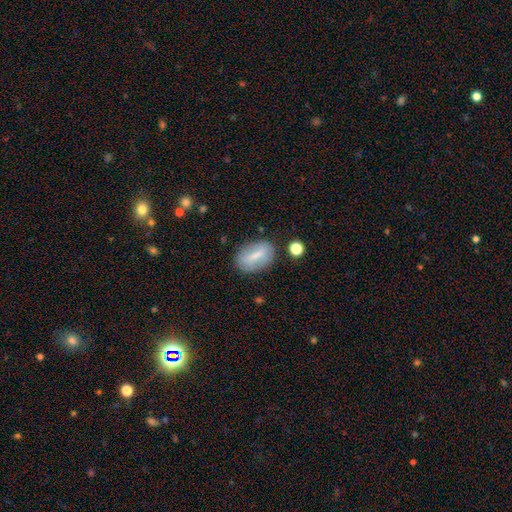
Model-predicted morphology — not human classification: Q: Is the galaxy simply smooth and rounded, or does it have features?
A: smooth — 65%.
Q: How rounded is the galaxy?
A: in between — 87%.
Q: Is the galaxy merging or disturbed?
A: none — 78%.